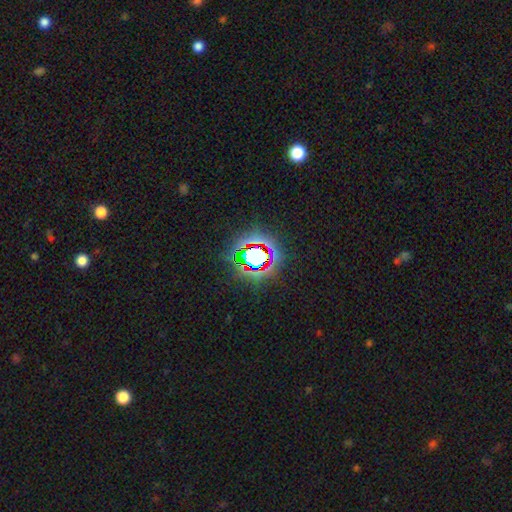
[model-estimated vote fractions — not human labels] Smooth or featured?
  - star or artifact: 63% *
  - smooth: 23%
  - featured or disk: 14%